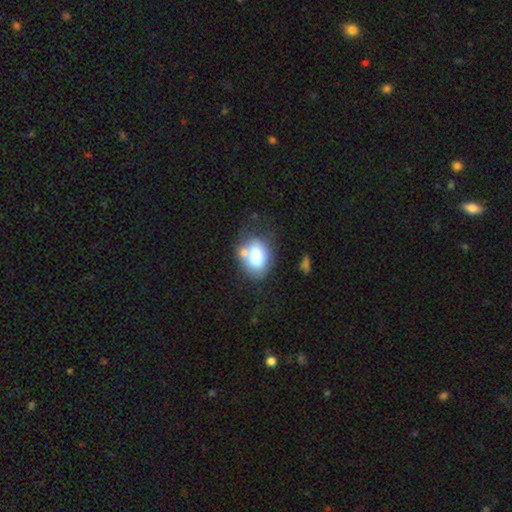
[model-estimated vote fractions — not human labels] Smooth or featured?
  - smooth: 75% *
  - featured or disk: 17%
  - star or artifact: 8%
How rounded?
  - in between: 74% *
  - round: 25%
  - cigar-shaped: 1%
Merging?
  - none: 51% *
  - minor disturbance: 21%
  - merger: 19%
  - major disturbance: 9%